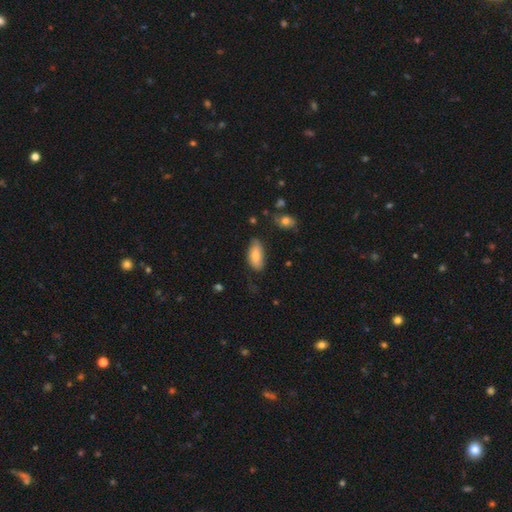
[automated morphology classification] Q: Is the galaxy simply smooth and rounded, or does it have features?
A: smooth — 77%.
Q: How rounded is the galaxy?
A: in between — 90%.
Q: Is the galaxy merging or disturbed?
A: none — 66%.